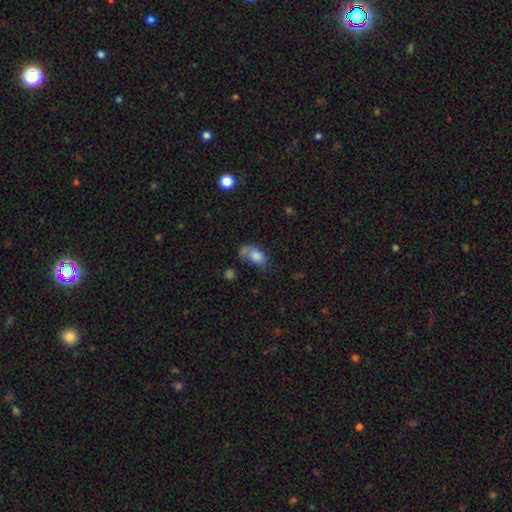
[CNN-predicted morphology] A smooth galaxy with no disk features (77%) that is in between round and cigar-shaped (82%). Merging: none (32%).